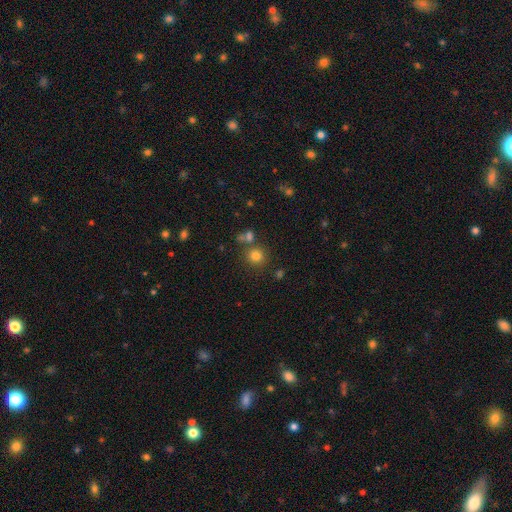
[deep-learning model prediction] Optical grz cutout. It shows a smooth galaxy with no disk features (78%) that is round (91%). Merging: none (74%).